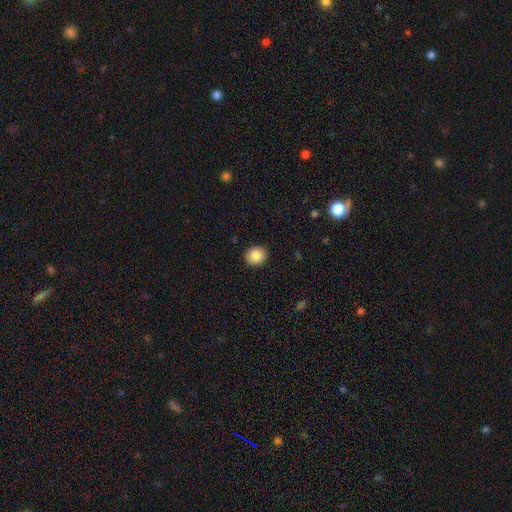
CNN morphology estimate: Smooth or featured?
  - smooth: 86% *
  - star or artifact: 8%
  - featured or disk: 5%
How rounded?
  - round: 67% *
  - in between: 32%
  - cigar-shaped: 1%
Merging?
  - none: 91% *
  - minor disturbance: 6%
  - major disturbance: 2%
  - merger: 1%